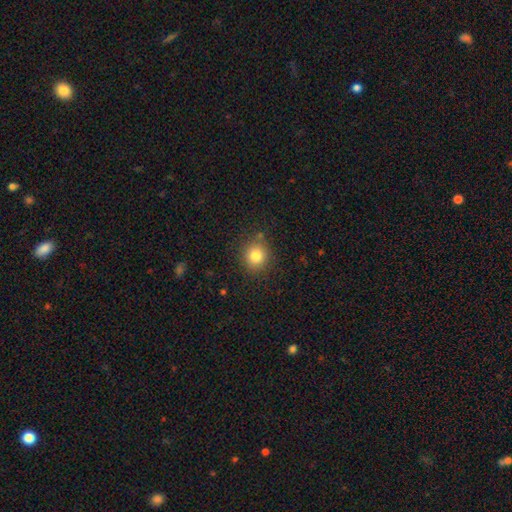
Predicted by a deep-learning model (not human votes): The model was most divided on "smooth or featured": smooth: 82%, star or artifact: 12%, featured or disk: 7%. More confident: how rounded — round (87%); merging — none (86%).